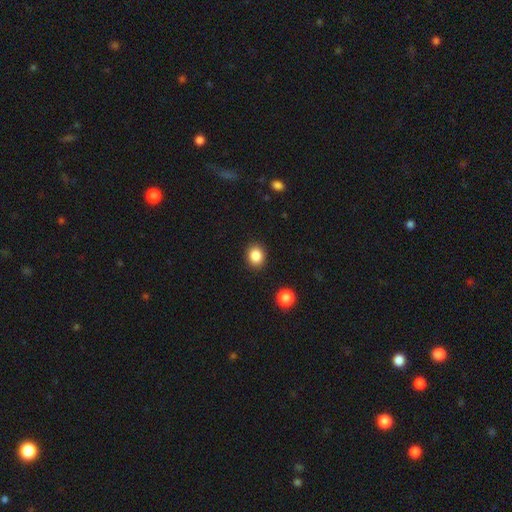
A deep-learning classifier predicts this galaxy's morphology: The model was most divided on "how rounded": round: 62%, in between: 37%, cigar-shaped: 1%. More confident: merging — none (89%); smooth or featured — smooth (86%).